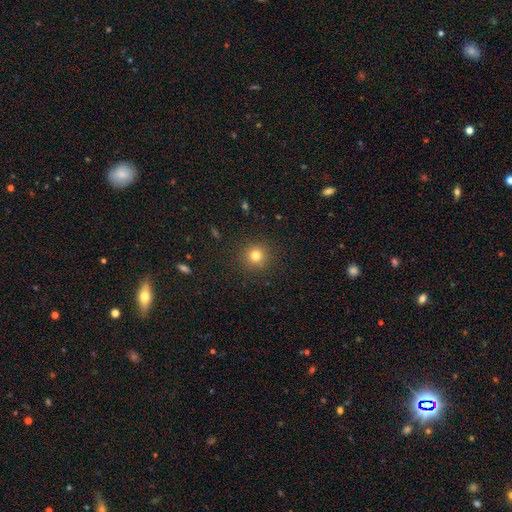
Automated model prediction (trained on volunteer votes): Smooth or featured? smooth (79%)
How rounded? round (94%)
Merging? none (91%)